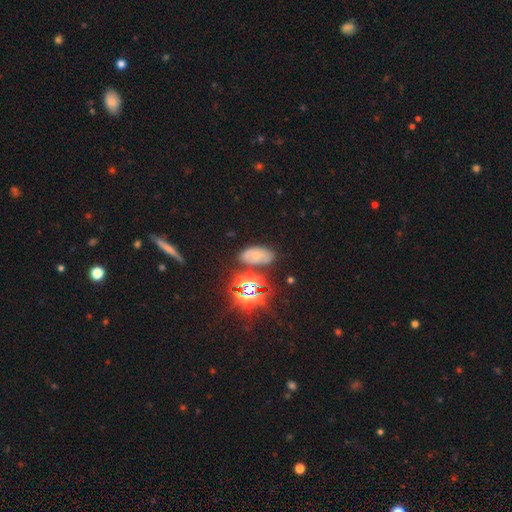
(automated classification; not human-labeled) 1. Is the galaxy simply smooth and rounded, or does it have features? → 40% smooth, 33% star or artifact, 27% featured or disk.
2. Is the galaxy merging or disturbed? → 68% none, 18% minor disturbance, 8% merger, 6% major disturbance.